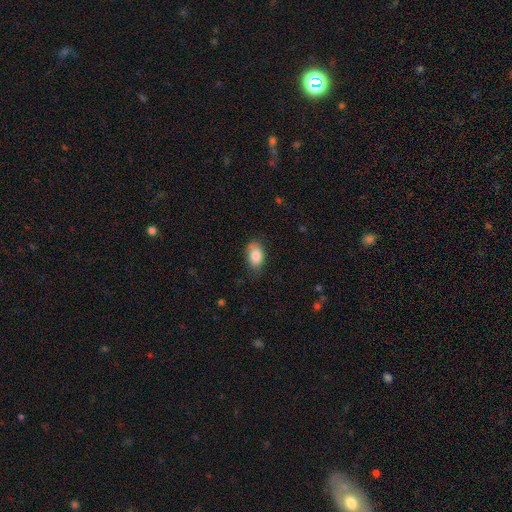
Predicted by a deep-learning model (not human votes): smooth_or_featured: smooth (p=0.84) [alt: featured or disk p=0.09]
how_rounded: in between (p=0.90) [alt: round p=0.08]
merging: none (p=0.68) [alt: minor disturbance p=0.25]